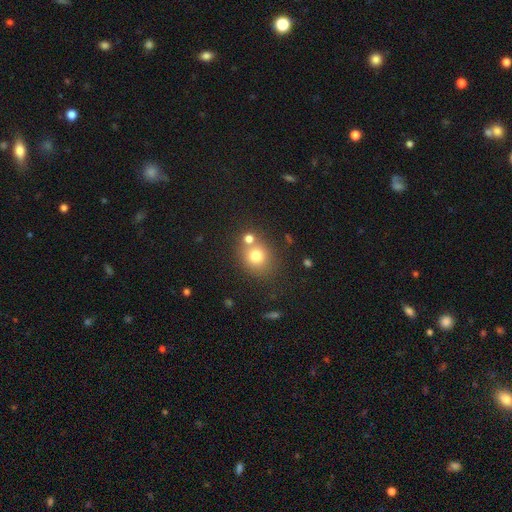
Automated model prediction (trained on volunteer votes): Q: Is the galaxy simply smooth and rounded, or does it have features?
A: smooth — 76%.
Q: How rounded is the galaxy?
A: round — 78%.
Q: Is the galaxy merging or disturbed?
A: none — 62%.